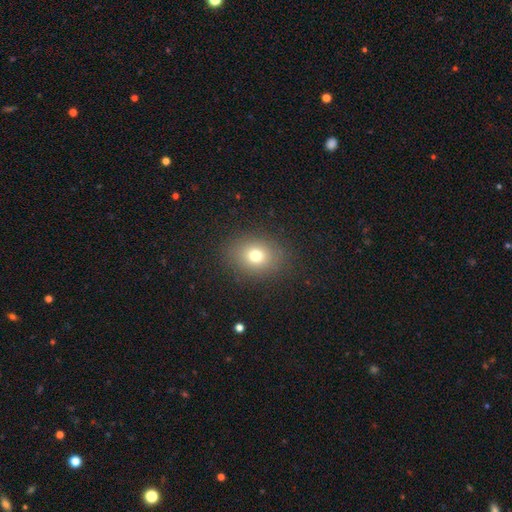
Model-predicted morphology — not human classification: Smooth or featured?
  - smooth: 75% *
  - star or artifact: 14%
  - featured or disk: 11%
How rounded?
  - round: 52% *
  - in between: 47%
  - cigar-shaped: 1%
Merging?
  - none: 87% *
  - minor disturbance: 8%
  - major disturbance: 4%
  - merger: 1%